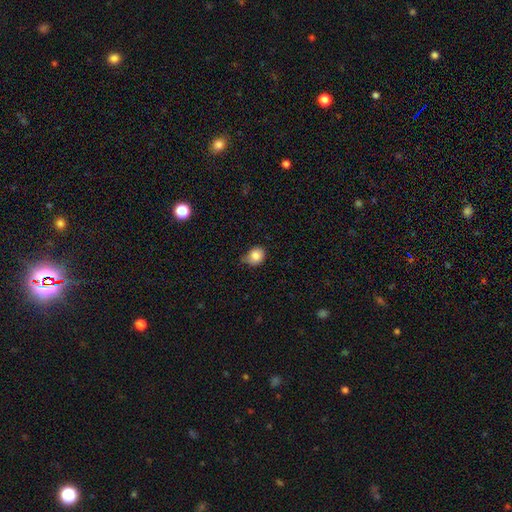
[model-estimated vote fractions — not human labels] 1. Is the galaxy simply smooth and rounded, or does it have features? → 85% smooth, 9% star or artifact, 6% featured or disk.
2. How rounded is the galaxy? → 64% round, 35% in between, 1% cigar-shaped.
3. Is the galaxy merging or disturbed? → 51% none, 38% minor disturbance, 8% major disturbance, 3% merger.